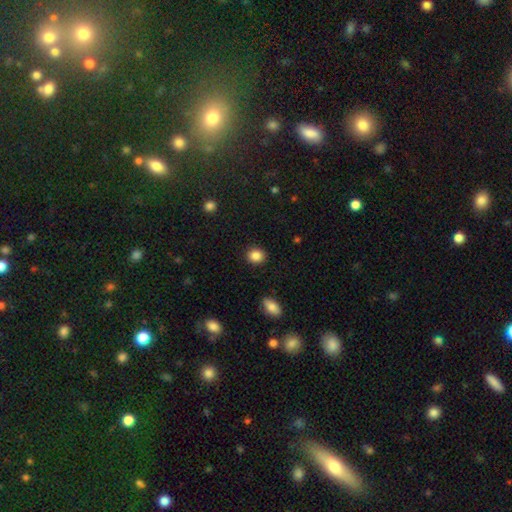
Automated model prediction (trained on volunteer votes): smooth-or-featured: smooth: 87% | star or artifact: 9% | featured or disk: 4%
  how-rounded: round: 73% | in between: 26% | cigar-shaped: 1%
  merging: none: 91% | minor disturbance: 6% | major disturbance: 2% | merger: 1%